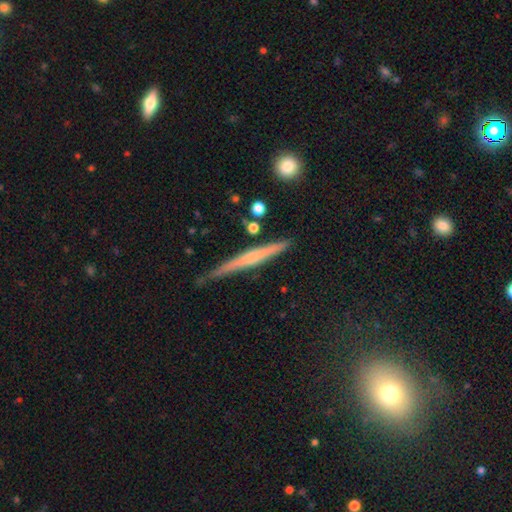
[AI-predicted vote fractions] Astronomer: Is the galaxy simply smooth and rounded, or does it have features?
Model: featured or disk — 57% (runner-up: smooth, 36%).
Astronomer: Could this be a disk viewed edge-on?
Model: yes — 97%.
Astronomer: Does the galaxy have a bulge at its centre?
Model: none — 51% (runner-up: rounded, 40%).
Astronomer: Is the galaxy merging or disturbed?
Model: none — 80%.